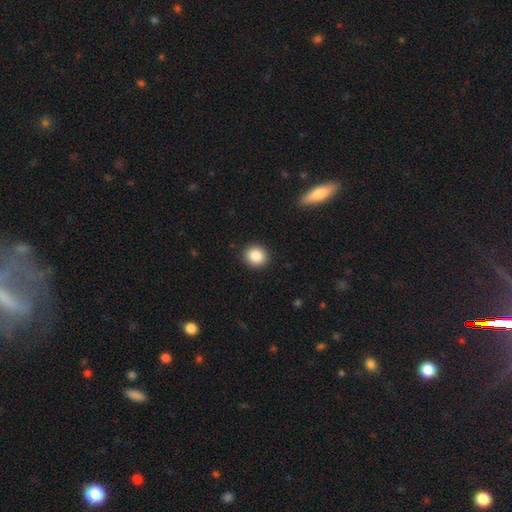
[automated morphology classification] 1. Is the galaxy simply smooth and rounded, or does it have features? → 87% smooth, 9% star or artifact, 4% featured or disk.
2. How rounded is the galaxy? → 82% round, 17% in between, 1% cigar-shaped.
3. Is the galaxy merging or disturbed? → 91% none, 6% minor disturbance, 2% major disturbance, 1% merger.